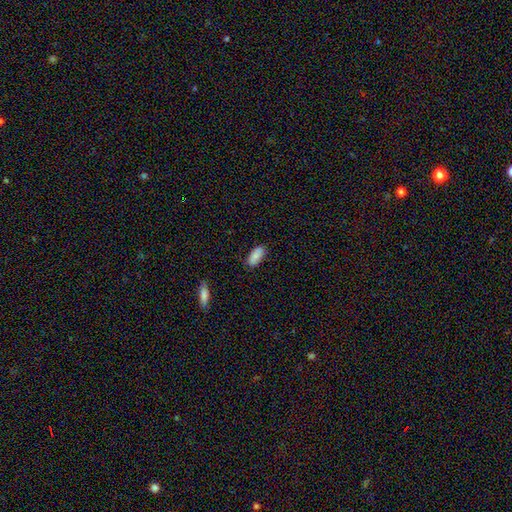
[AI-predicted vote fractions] A smooth galaxy with no disk features (87%) that is in between round and cigar-shaped (88%).

Vote fractions:
- Smooth or featured? smooth: 87% / star or artifact: 7% / featured or disk: 6%
- How rounded? in between: 88% / cigar-shaped: 10% / round: 2%
- Merging? none: 81% / minor disturbance: 15% / major disturbance: 3% / merger: 2%